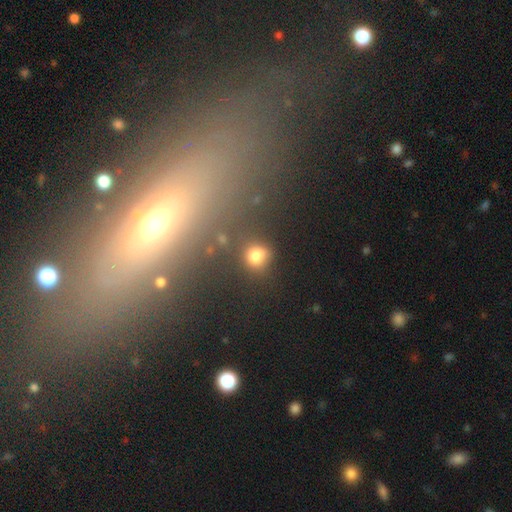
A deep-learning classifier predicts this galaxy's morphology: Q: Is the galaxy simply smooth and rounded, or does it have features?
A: smooth — 75%.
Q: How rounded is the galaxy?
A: round — 64%.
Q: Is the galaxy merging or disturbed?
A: none — 66%.